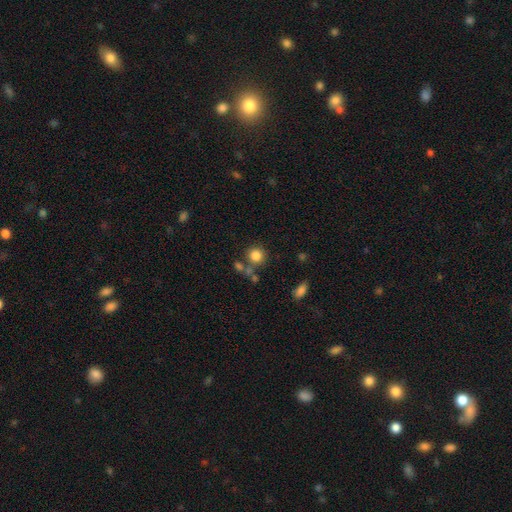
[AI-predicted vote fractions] smooth-or-featured: smooth: 82% | star or artifact: 11% | featured or disk: 7%
  how-rounded: round: 89% | in between: 10% | cigar-shaped: 1%
  merging: none: 70% | merger: 15% | minor disturbance: 10% | major disturbance: 5%